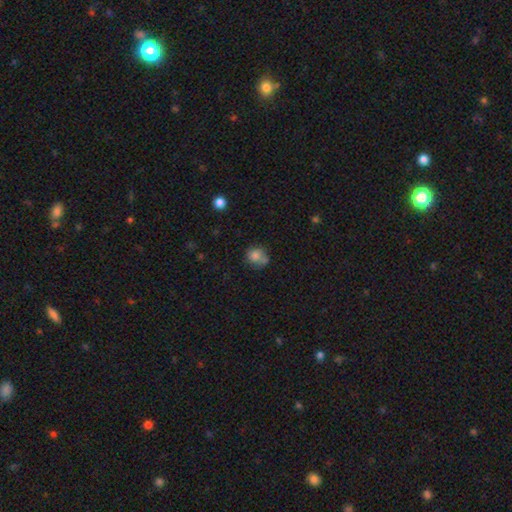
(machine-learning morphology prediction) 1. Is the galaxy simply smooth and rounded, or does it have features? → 78% smooth, 12% featured or disk, 11% star or artifact.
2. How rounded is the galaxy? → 76% round, 23% in between, 1% cigar-shaped.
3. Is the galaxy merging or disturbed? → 51% none, 22% merger, 20% minor disturbance, 7% major disturbance.